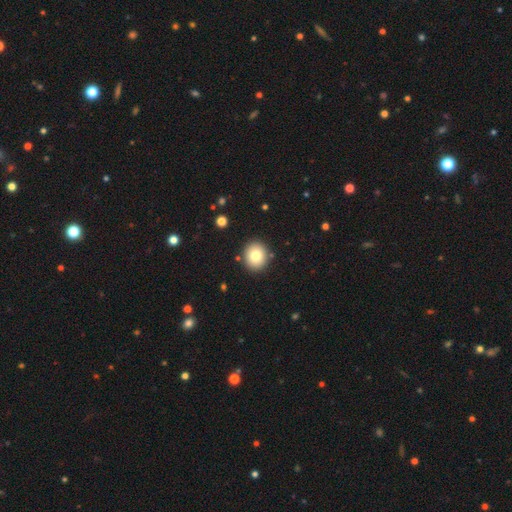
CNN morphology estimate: Smooth or featured: smooth — 78% (featured or disk — 11%)
How rounded: round — 78% (in between — 21%)
Merging: none — 89% (minor disturbance — 7%)